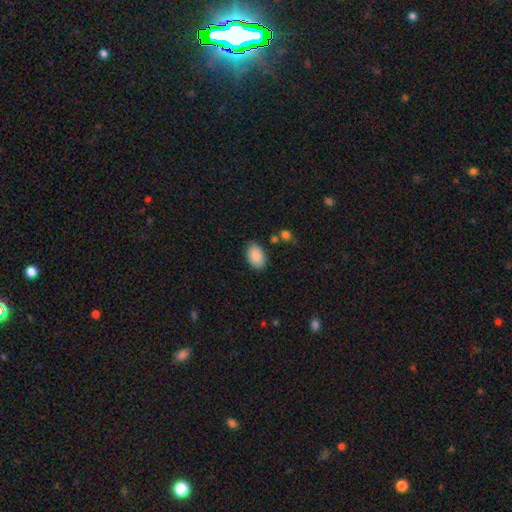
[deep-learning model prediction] Overall: smooth (89%). How rounded: in between (91%). Merging: none (84%).